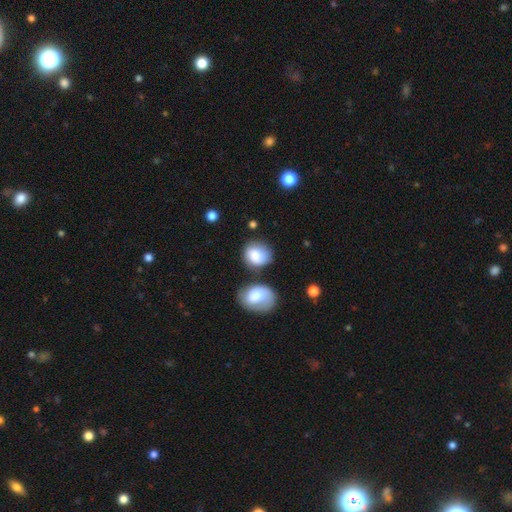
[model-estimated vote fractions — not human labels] smooth 77%, featured or disk 16%, star or artifact 7%. Down the decision tree: how rounded — round (70%); merging — none (55%).